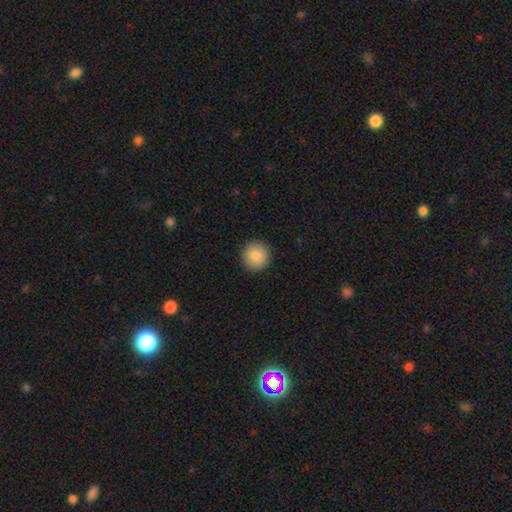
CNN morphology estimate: Smooth or featured? smooth (88%)
How rounded? round (94%)
Merging? none (92%)